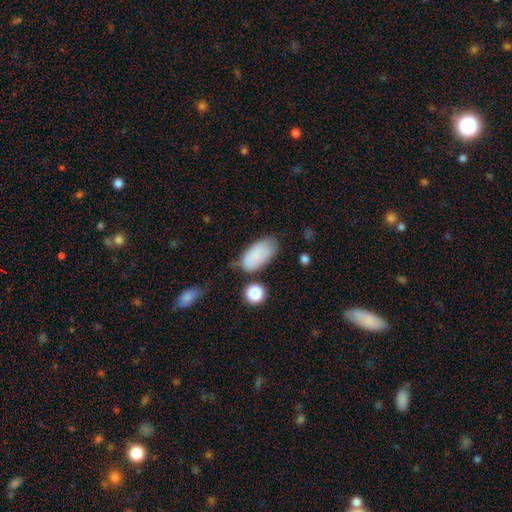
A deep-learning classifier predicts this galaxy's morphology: Q: Smooth or featured?
A: smooth (83%); runner-up: featured or disk (9%)
Q: How rounded?
A: in between (94%); runner-up: cigar-shaped (3%)
Q: Merging?
A: none (57%); runner-up: minor disturbance (28%)